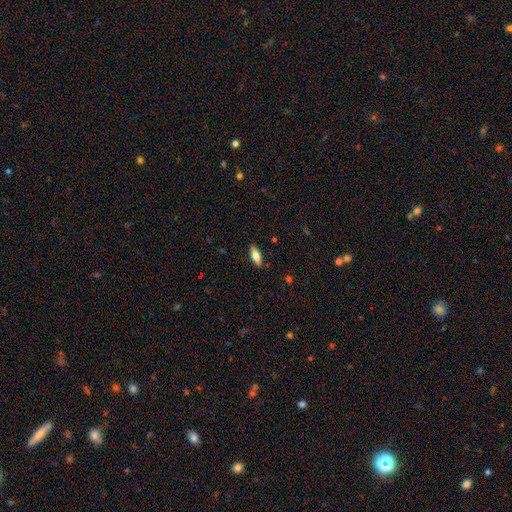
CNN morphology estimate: smooth 65%, featured or disk 28%, star or artifact 7%. Down the decision tree: how rounded — in between (70%); merging — none (88%).